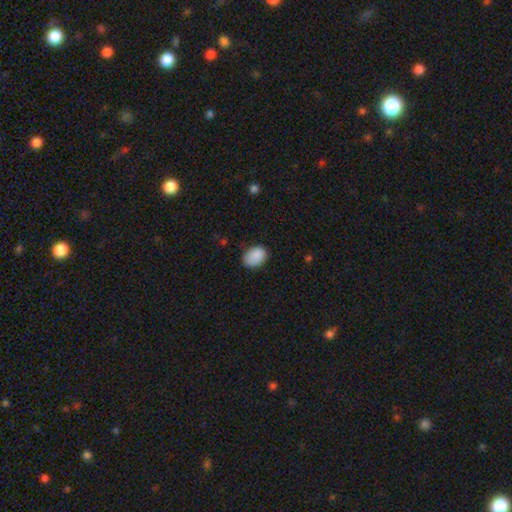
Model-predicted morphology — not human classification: The model was most divided on "merging": none: 74%, minor disturbance: 21%, major disturbance: 4%, merger: 1%. More confident: smooth or featured — smooth (89%); how rounded — in between (82%).